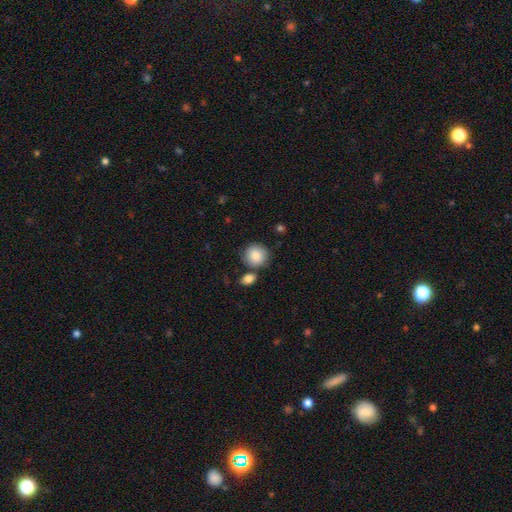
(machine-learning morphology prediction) Overall: smooth (87%). How rounded: round (88%). Merging: none (74%).